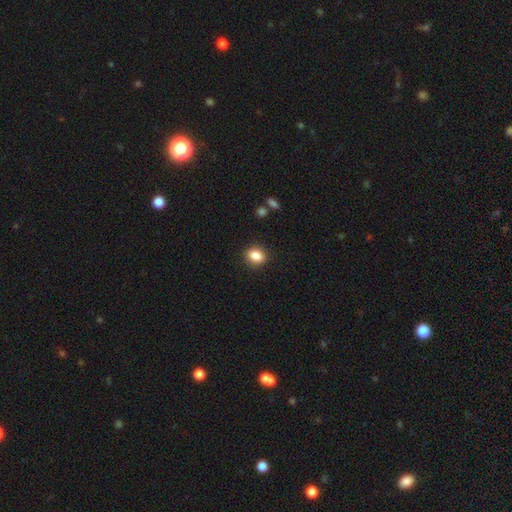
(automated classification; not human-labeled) Smooth or featured: smooth — 85% (star or artifact — 9%)
How rounded: in between — 54% (round — 45%)
Merging: none — 89% (minor disturbance — 8%)